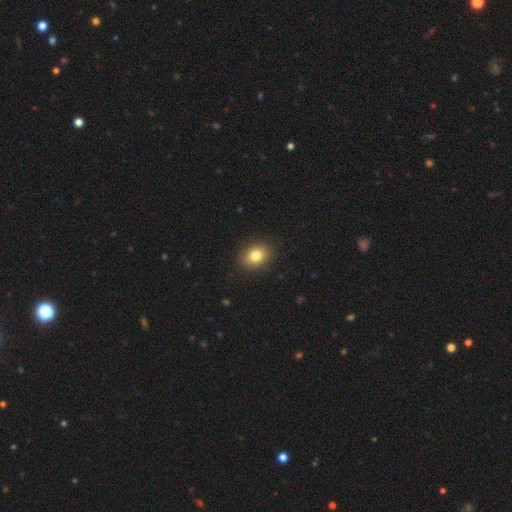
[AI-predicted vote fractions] smooth-or-featured: smooth: 82% | star or artifact: 10% | featured or disk: 8%
  how-rounded: in between: 64% | round: 35% | cigar-shaped: 1%
  merging: none: 89% | minor disturbance: 8% | major disturbance: 2% | merger: 1%